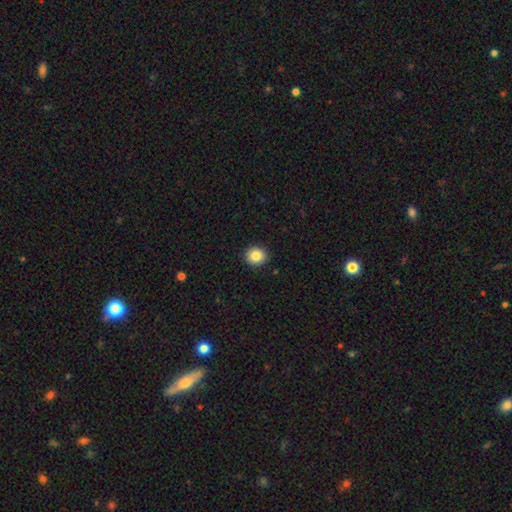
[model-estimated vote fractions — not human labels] This is clearly a smooth galaxy (85%). How rounded: clearly round (87%). Merging: clearly none (92%).